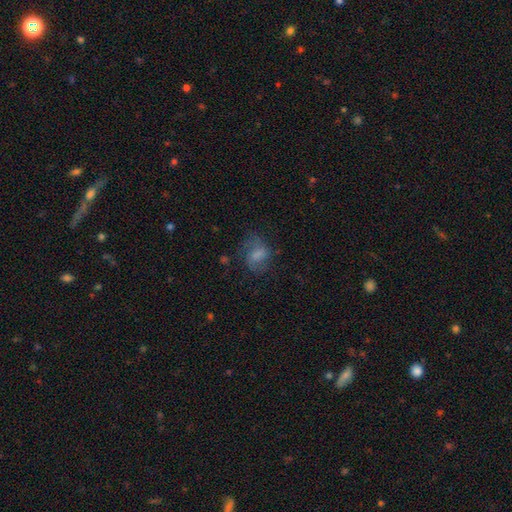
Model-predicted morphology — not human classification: Q: Smooth or featured?
A: smooth (43%); runner-up: featured or disk (40%)
Q: Merging?
A: none (64%); runner-up: minor disturbance (20%)